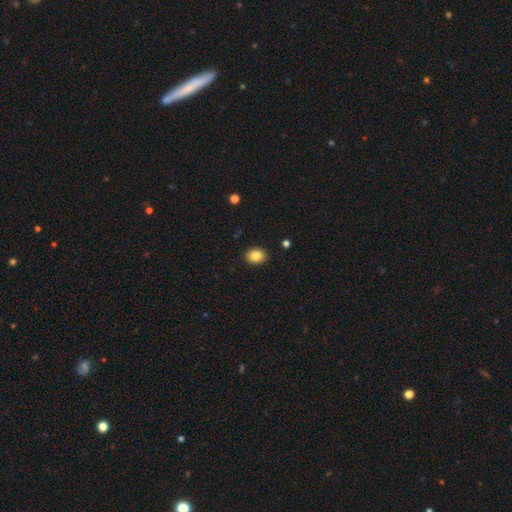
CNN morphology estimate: Q: Smooth or featured?
A: smooth (85%); runner-up: star or artifact (9%)
Q: How rounded?
A: in between (63%); runner-up: round (36%)
Q: Merging?
A: none (90%); runner-up: minor disturbance (7%)